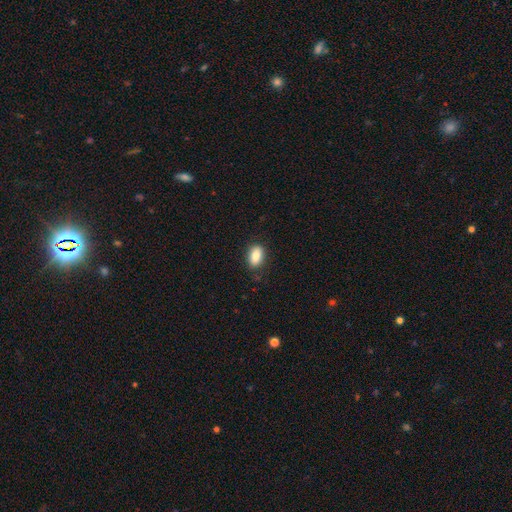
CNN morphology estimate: This is clearly a smooth galaxy (86%). How rounded: clearly in between (89%). Merging: clearly none (85%).